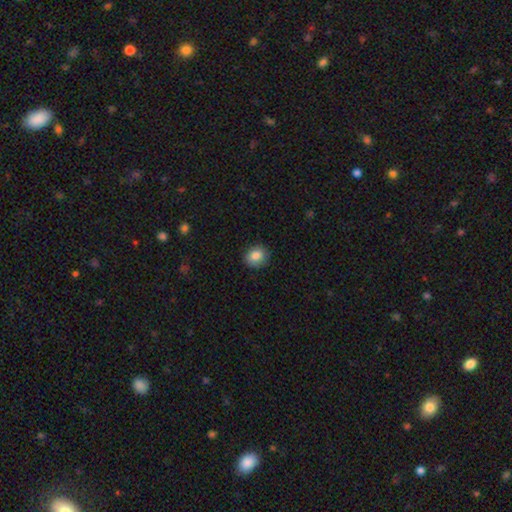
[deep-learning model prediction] smooth-or-featured: smooth: 84% | star or artifact: 9% | featured or disk: 8%
  how-rounded: round: 67% | in between: 32% | cigar-shaped: 1%
  merging: none: 87% | minor disturbance: 10% | major disturbance: 2% | merger: 1%